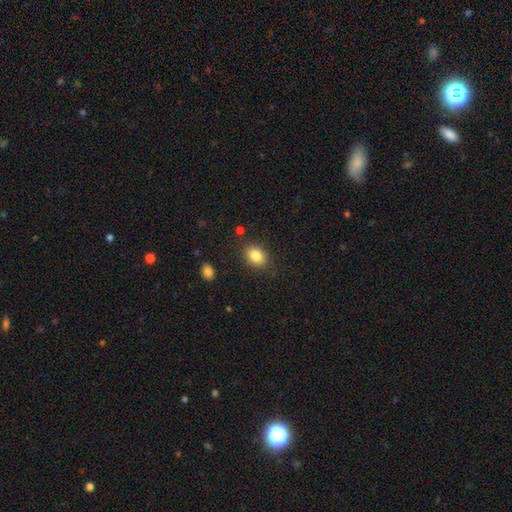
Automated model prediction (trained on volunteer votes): smooth_or_featured: smooth (p=0.84) [alt: star or artifact p=0.09]
how_rounded: in between (p=0.72) [alt: round p=0.27]
merging: none (p=0.84) [alt: minor disturbance p=0.11]